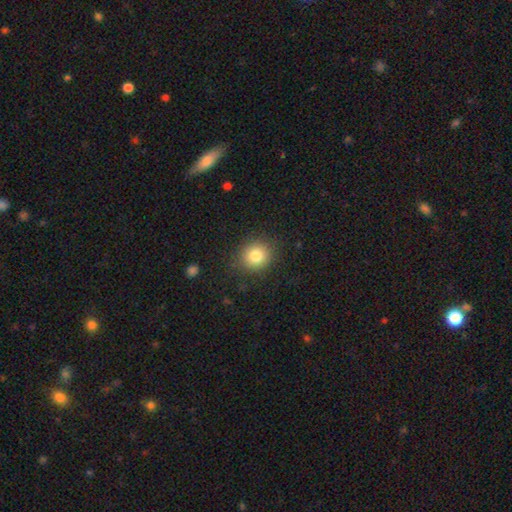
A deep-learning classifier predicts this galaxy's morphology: smooth_or_featured: smooth (p=0.81) [alt: star or artifact p=0.11]
how_rounded: round (p=0.82) [alt: in between p=0.17]
merging: none (p=0.86) [alt: minor disturbance p=0.09]